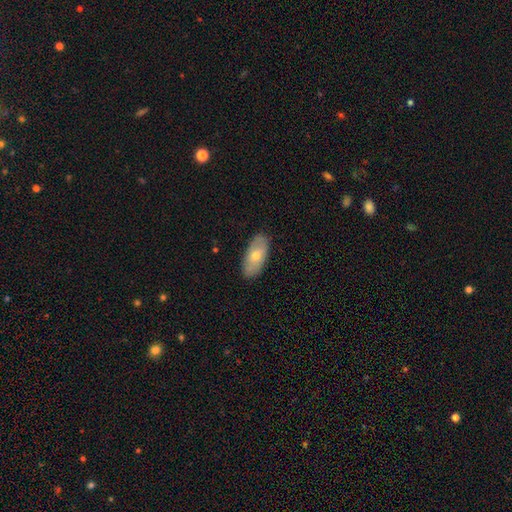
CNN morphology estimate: Smooth or featured?
  - smooth: 63% *
  - featured or disk: 31%
  - star or artifact: 6%
How rounded?
  - in between: 90% *
  - cigar-shaped: 6%
  - round: 3%
Merging?
  - none: 87% *
  - minor disturbance: 10%
  - major disturbance: 2%
  - merger: 1%